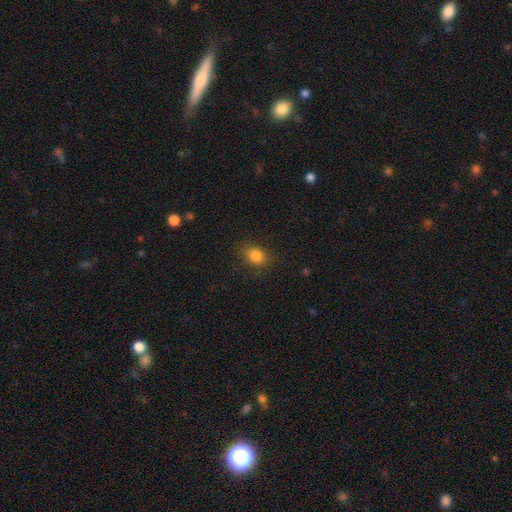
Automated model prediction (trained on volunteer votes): This appears to be a smooth galaxy with no disk features (84%) that is round (51%). Merging: none (84%).